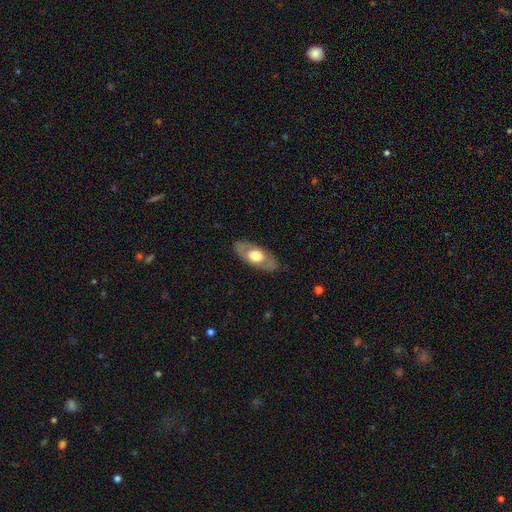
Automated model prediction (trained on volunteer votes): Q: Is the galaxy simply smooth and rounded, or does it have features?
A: featured or disk — 48%.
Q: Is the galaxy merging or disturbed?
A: none — 82%.